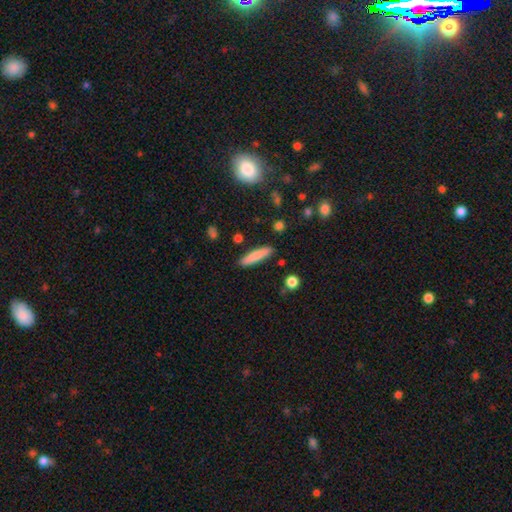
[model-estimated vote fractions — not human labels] smooth 81%, featured or disk 12%, star or artifact 7%. Down the decision tree: how rounded — cigar-shaped (82%); merging — none (87%).